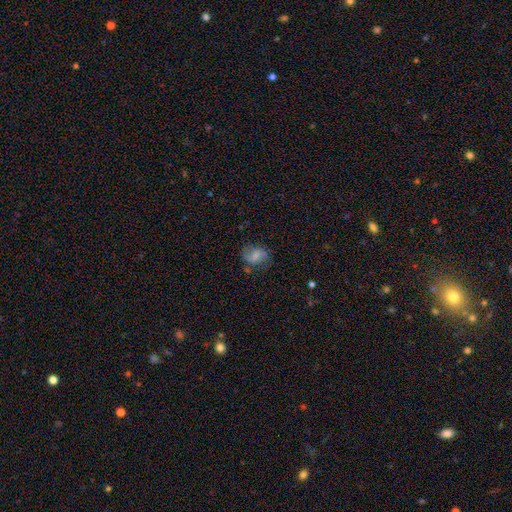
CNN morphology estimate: smooth 50%, featured or disk 40%, star or artifact 10%. Down the decision tree: merging — none (61%).